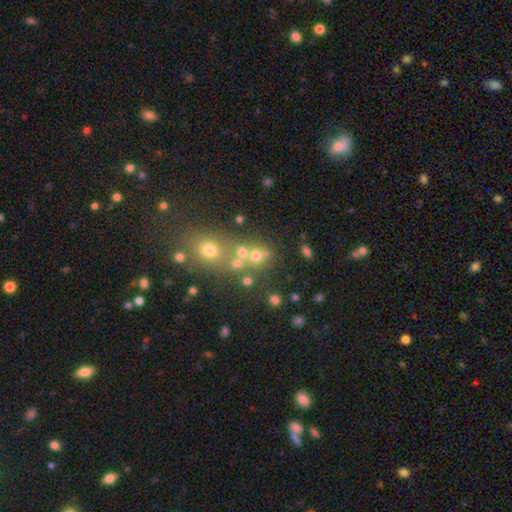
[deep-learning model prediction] Smooth or featured? smooth (61%)
How rounded? round (77%)
Merging? none (51%)